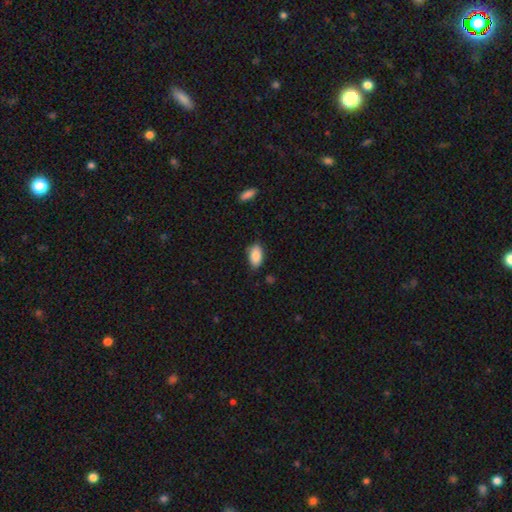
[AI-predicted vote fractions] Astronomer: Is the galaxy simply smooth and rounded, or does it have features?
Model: smooth — 89%.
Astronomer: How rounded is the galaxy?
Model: in between — 93%.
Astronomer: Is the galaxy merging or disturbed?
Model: none — 77%.